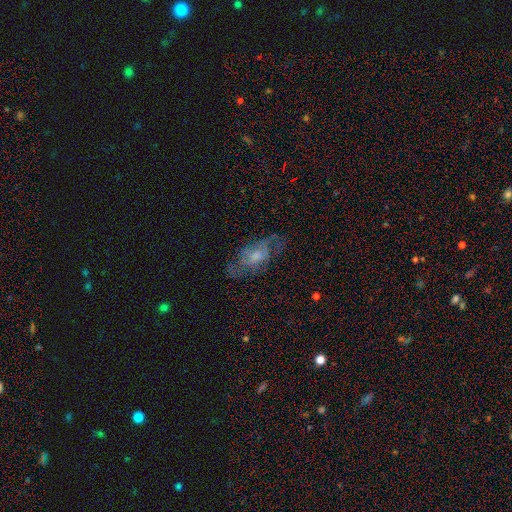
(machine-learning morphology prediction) Smooth or featured: featured or disk — 61% (smooth — 29%)
Edge-on disk: no — 88% (yes — 12%)
Bar: no — 66% (weak — 29%)
Spiral arms: yes — 68% (no — 32%)
Bulge size: moderate — 45% (small — 29%)
Merging: none — 57% (minor disturbance — 22%)